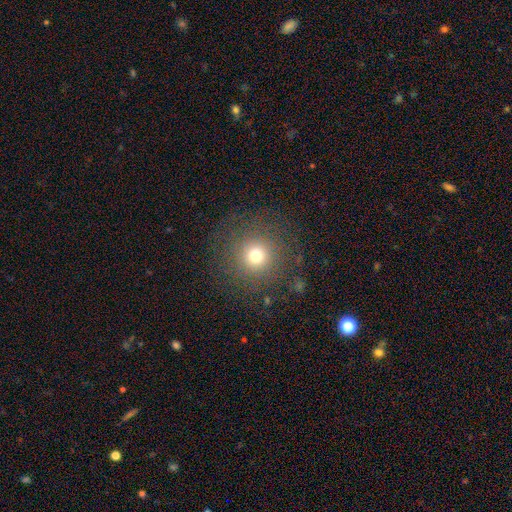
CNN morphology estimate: This is likely a smooth galaxy (73%). How rounded: clearly round (95%). Merging: clearly none (85%).